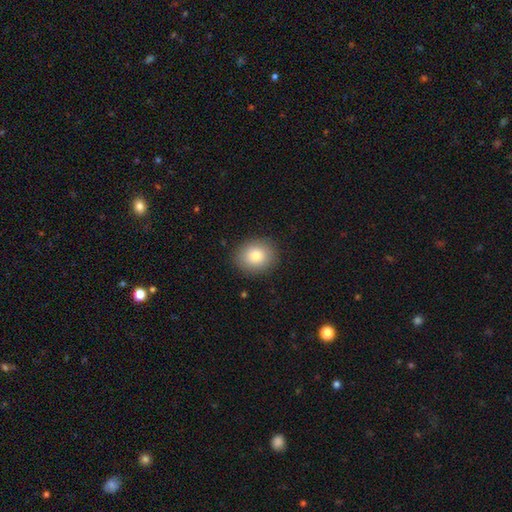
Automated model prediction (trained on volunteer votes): Smooth or featured? smooth (82%)
How rounded? round (70%)
Merging? none (88%)